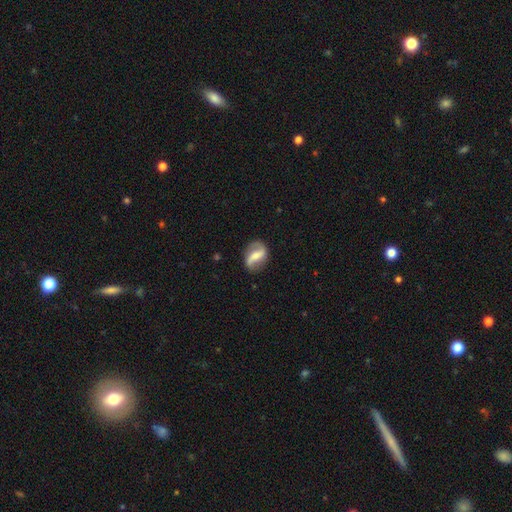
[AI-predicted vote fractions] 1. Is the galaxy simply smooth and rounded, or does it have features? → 71% featured or disk, 22% smooth, 6% star or artifact.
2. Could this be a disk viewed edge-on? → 95% no, 5% yes.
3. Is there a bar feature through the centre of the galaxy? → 49% strong, 34% weak, 17% no.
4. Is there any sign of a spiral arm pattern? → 87% yes, 13% no.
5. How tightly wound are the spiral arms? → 70% loose, 22% medium, 8% tight.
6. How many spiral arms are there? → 88% 2, 5% 1, 4% can't tell, 1% 3, 1% 4, 1% more than 4.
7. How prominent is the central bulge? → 40% moderate, 36% small, 14% none, 8% large, 2% dominant.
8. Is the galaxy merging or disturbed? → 76% none, 16% minor disturbance, 6% major disturbance, 2% merger.